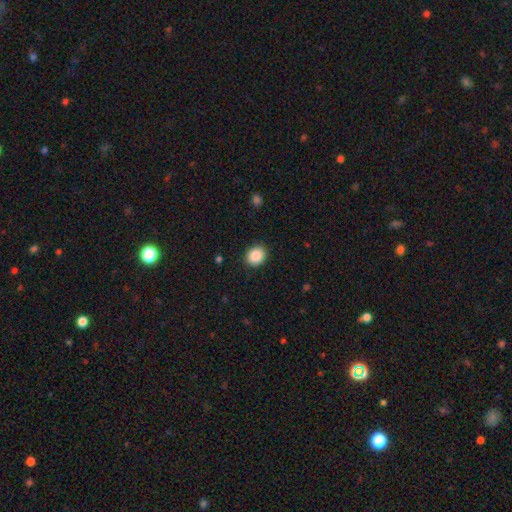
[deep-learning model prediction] Smooth or featured? smooth (88%)
How rounded? round (66%)
Merging? none (90%)